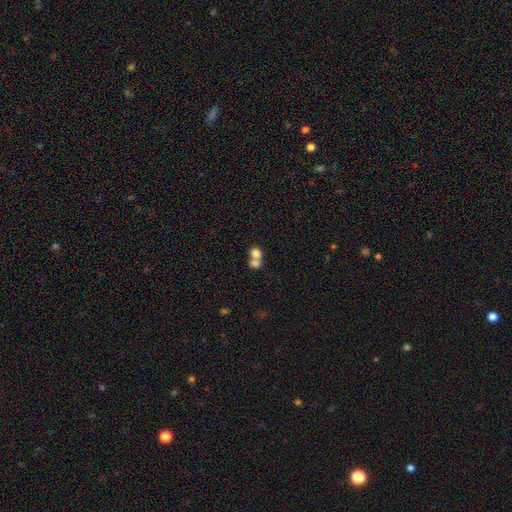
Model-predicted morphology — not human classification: This appears to be a smooth galaxy with no disk features (76%) that is round (65%). Merging: merger (69%).